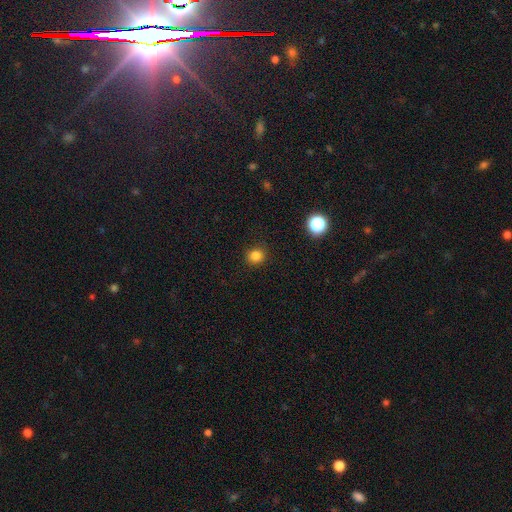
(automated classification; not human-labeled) Smooth or featured: smooth — 82% (star or artifact — 13%)
How rounded: round — 87% (in between — 12%)
Merging: none — 90% (minor disturbance — 7%)